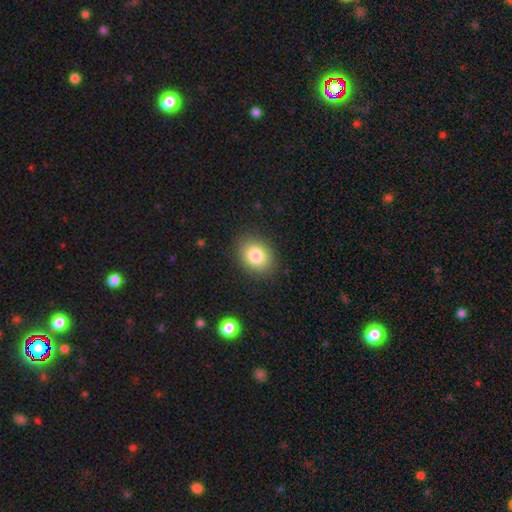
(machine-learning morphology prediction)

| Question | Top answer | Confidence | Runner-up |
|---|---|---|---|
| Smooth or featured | smooth | 82% | star or artifact (10%) |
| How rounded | in between | 52% | round (47%) |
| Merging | none | 87% | minor disturbance (9%) |